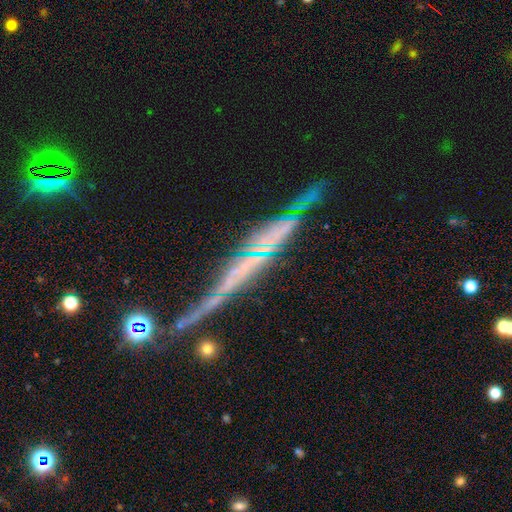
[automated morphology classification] A featured or disk galaxy (71%) viewed edge-on (91%) with no central bulge (70%).

Vote fractions:
- Smooth or featured? featured or disk: 71% / smooth: 17% / star or artifact: 13%
- Edge-on disk? yes: 91% / no: 9%
- Edge-on bulge? none: 70% / boxy: 16% / rounded: 14%
- Merging? none: 60% / minor disturbance: 22% / major disturbance: 10% / merger: 8%